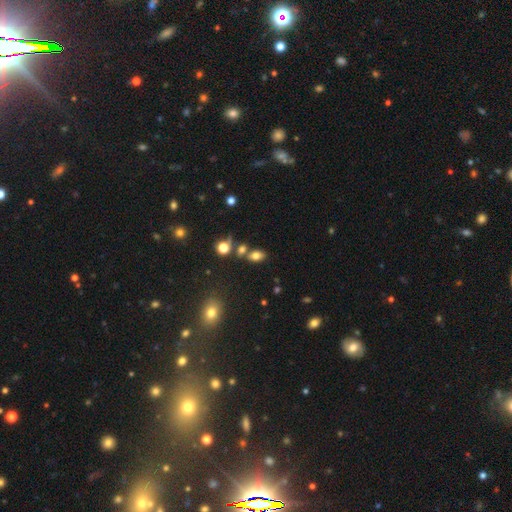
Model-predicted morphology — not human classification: A smooth galaxy with no disk features (75%) that is in between round and cigar-shaped (84%).

Vote fractions:
- Smooth or featured? smooth: 75% / star or artifact: 14% / featured or disk: 11%
- How rounded? in between: 84% / round: 13% / cigar-shaped: 3%
- Merging? none: 60% / merger: 23% / minor disturbance: 12% / major disturbance: 5%